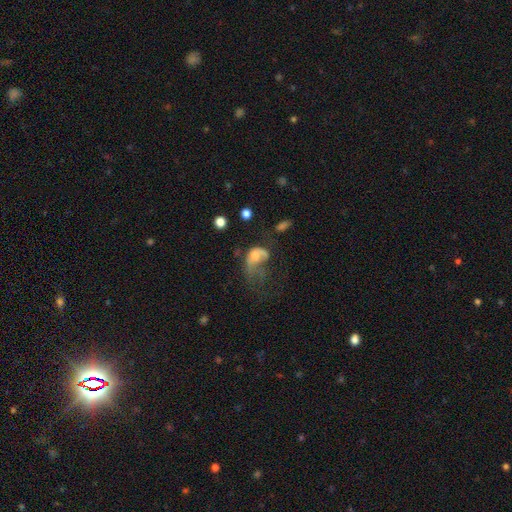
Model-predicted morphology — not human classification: smooth-or-featured: smooth: 52% | featured or disk: 36% | star or artifact: 12%
  how-rounded: in between: 75% | round: 22% | cigar-shaped: 2%
  merging: major disturbance: 64% | none: 14% | minor disturbance: 14% | merger: 8%